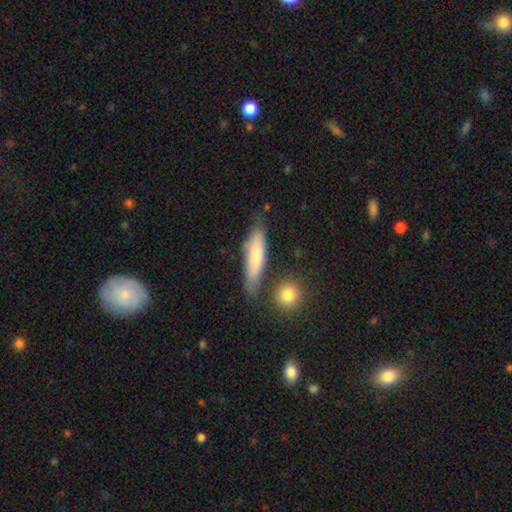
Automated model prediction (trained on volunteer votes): smooth 68%, featured or disk 26%, star or artifact 6%. Down the decision tree: how rounded — cigar-shaped (72%); merging — none (71%).